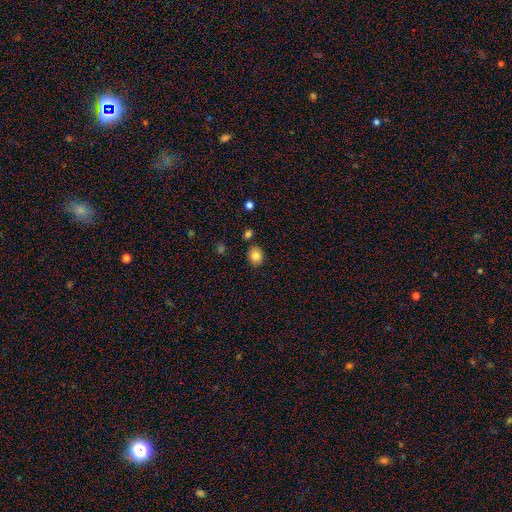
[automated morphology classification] A smooth galaxy with no disk features (82%) that is round (61%). Merging: none (83%).